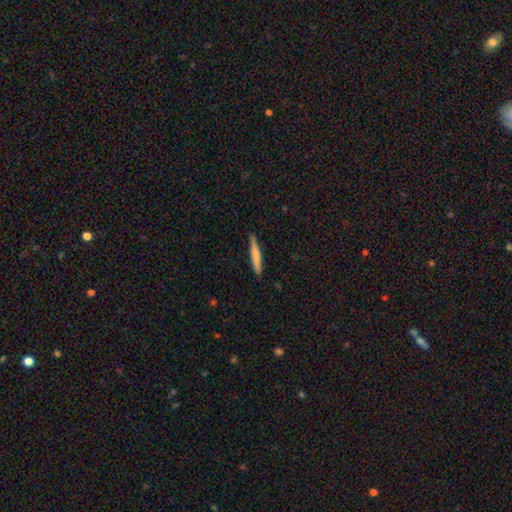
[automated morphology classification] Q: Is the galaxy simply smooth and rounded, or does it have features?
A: smooth — 72%.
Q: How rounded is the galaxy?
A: cigar-shaped — 94%.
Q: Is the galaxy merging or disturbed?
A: none — 86%.